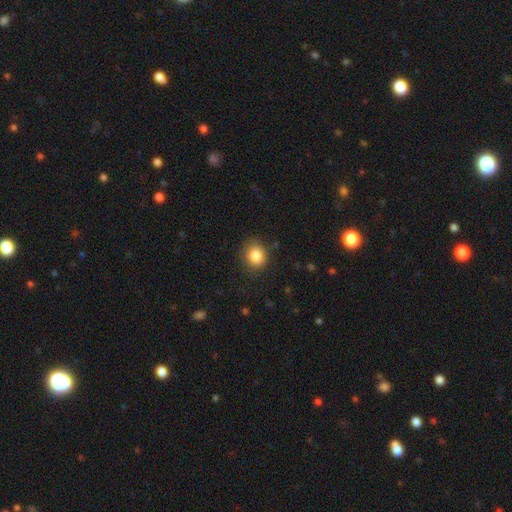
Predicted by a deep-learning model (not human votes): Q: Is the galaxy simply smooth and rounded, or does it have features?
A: smooth — 85%.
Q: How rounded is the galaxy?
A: round — 70%.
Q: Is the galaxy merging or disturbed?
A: none — 83%.